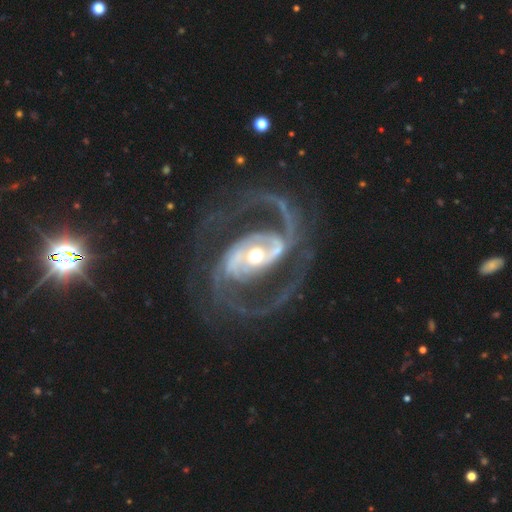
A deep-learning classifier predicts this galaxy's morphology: smooth-or-featured: featured or disk: 92% | star or artifact: 5% | smooth: 4%
  disk-edge-on: no: 97% | yes: 3%
    bar: no: 37% (tied) | strong: 37% (tied) | weak: 25%
    has-spiral-arms: yes: 97% | no: 3%
      spiral-winding: medium: 51% | loose: 29% | tight: 20%
      spiral-arm-count: 2: 72% | 3: 10% | can't tell: 6% | 1: 4% | 4: 4% | more than 4: 4%
    bulge-size: moderate: 71% | small: 14% | large: 13% | dominant: 2% | none: 1%
  merging: none: 61% | major disturbance: 22% | minor disturbance: 14% | merger: 4%